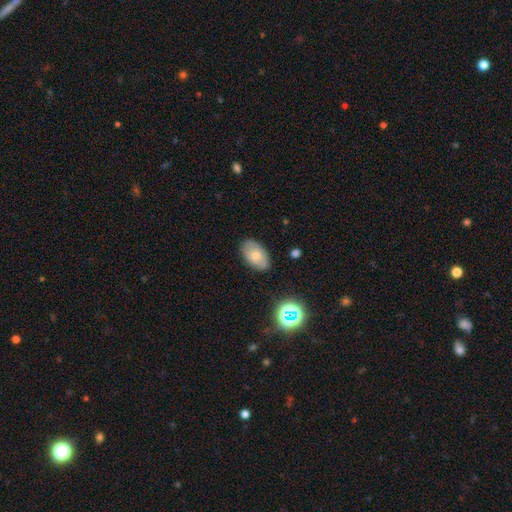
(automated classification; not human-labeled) Smooth or featured: smooth — 69% (featured or disk — 22%)
How rounded: in between — 91% (round — 8%)
Merging: none — 80% (minor disturbance — 15%)